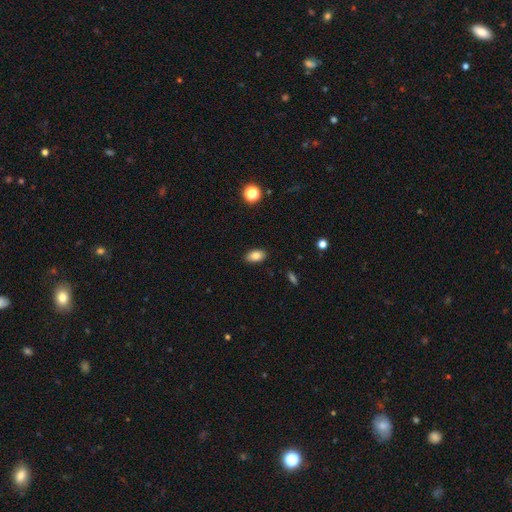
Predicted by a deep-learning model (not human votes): Smooth or featured? smooth (83%)
How rounded? in between (91%)
Merging? none (88%)